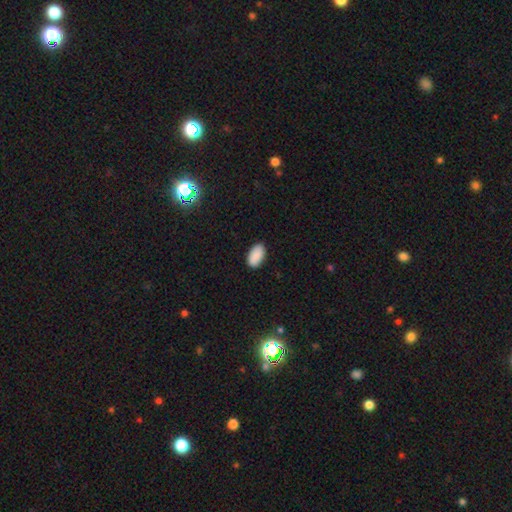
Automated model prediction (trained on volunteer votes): Smooth or featured?
  - smooth: 90% *
  - star or artifact: 7%
  - featured or disk: 3%
How rounded?
  - in between: 95% *
  - round: 4%
  - cigar-shaped: 2%
Merging?
  - none: 88% *
  - minor disturbance: 9%
  - major disturbance: 2%
  - merger: 1%